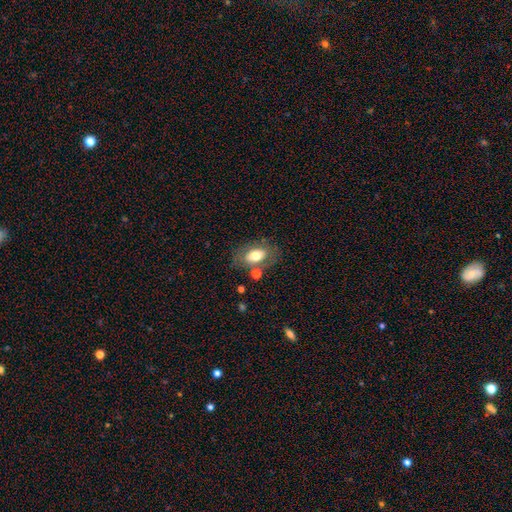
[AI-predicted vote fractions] smooth_or_featured: smooth (p=0.63) [alt: featured or disk p=0.29]
how_rounded: in between (p=0.87) [alt: round p=0.11]
merging: none (p=0.68) [alt: minor disturbance p=0.15]